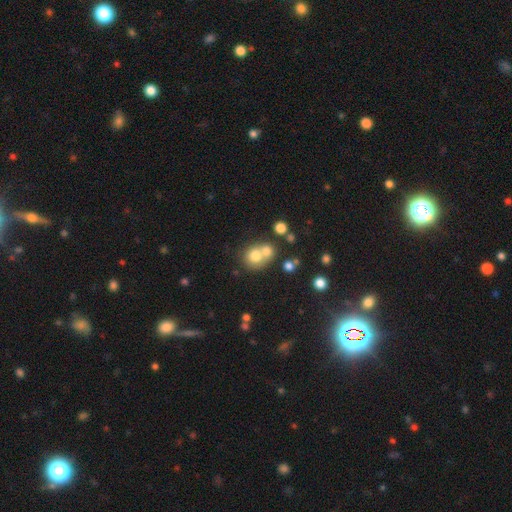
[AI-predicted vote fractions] smooth-or-featured: smooth: 72% | featured or disk: 16% | star or artifact: 11%
  how-rounded: round: 78% | in between: 21% | cigar-shaped: 1%
  merging: merger: 53% | none: 36% | minor disturbance: 7% | major disturbance: 4%